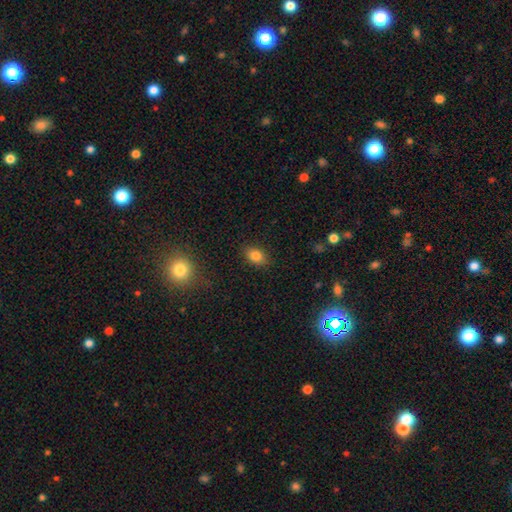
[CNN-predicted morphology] smooth-or-featured: smooth: 82% | star or artifact: 10% | featured or disk: 7%
  how-rounded: in between: 82% | round: 17% | cigar-shaped: 2%
  merging: none: 87% | minor disturbance: 10% | major disturbance: 2% | merger: 1%